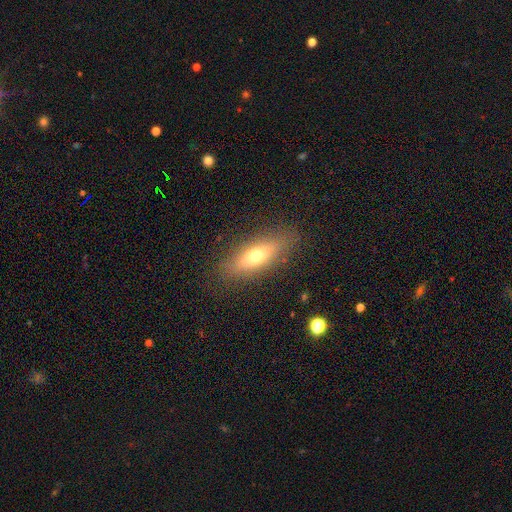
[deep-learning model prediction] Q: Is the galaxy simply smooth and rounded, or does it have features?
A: smooth — 60%.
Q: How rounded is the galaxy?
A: cigar-shaped — 53%.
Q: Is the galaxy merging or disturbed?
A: none — 86%.